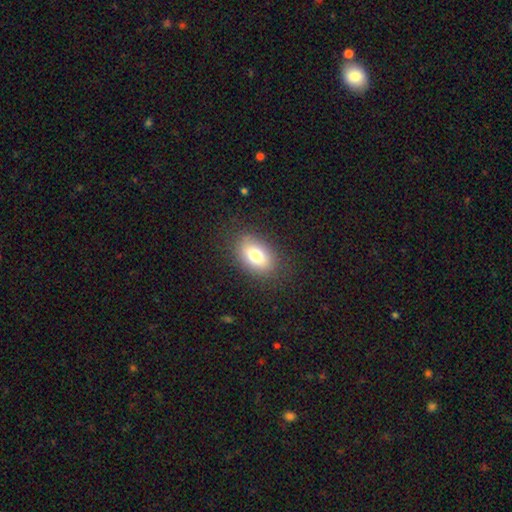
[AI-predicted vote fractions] Q: Smooth or featured?
A: smooth (77%); runner-up: featured or disk (14%)
Q: How rounded?
A: in between (86%); runner-up: round (13%)
Q: Merging?
A: none (83%); runner-up: minor disturbance (11%)